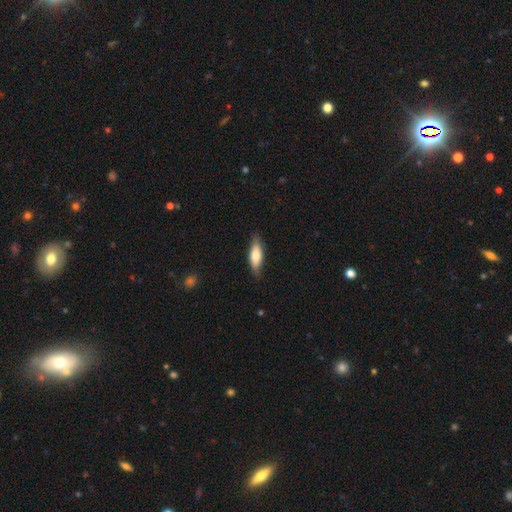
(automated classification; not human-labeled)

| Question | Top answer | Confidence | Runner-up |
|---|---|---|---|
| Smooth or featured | smooth | 69% | featured or disk (25%) |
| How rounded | in between | 62% | cigar-shaped (36%) |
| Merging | none | 79% | minor disturbance (17%) |